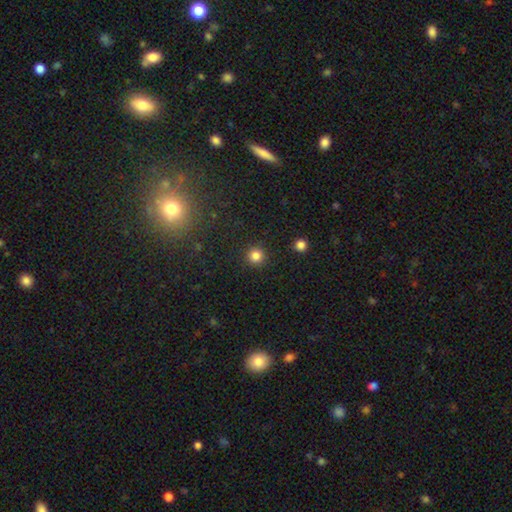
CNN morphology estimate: A smooth galaxy with no disk features (83%) that is round (95%).

Vote fractions:
- Smooth or featured? smooth: 83% / star or artifact: 13% / featured or disk: 4%
- How rounded? round: 95% / in between: 4% / cigar-shaped: 1%
- Merging? none: 92% / minor disturbance: 5% / major disturbance: 2% / merger: 1%